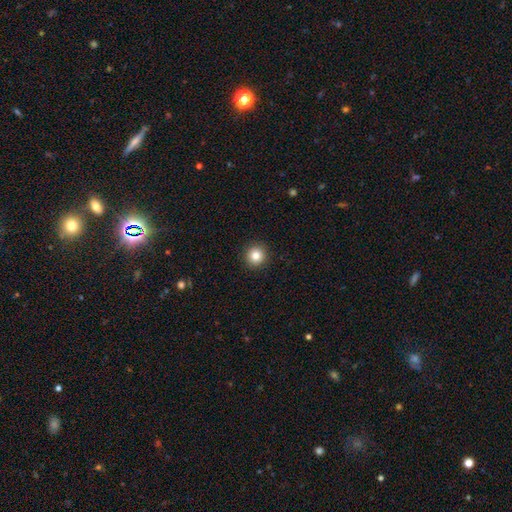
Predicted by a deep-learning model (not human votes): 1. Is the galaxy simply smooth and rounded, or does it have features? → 83% smooth, 11% star or artifact, 6% featured or disk.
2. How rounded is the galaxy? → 95% round, 4% in between, 1% cigar-shaped.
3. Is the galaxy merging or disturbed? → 93% none, 5% minor disturbance, 2% major disturbance, 1% merger.